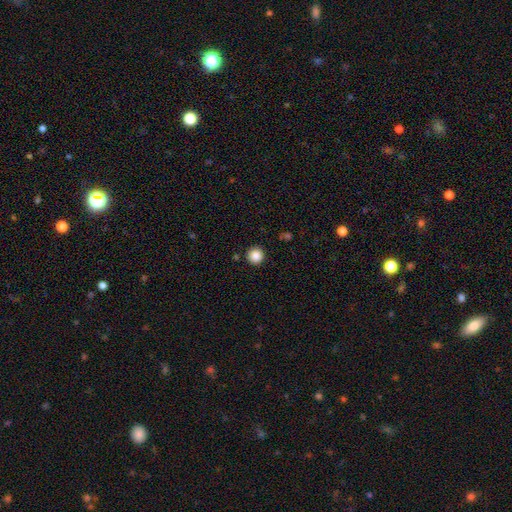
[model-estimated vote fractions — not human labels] Morphology: type=smooth (86%); roundness=round (96%); merging=none (92%).